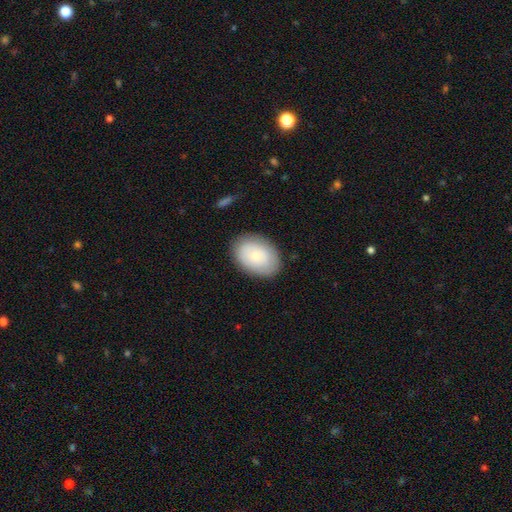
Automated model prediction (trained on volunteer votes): Q: Smooth or featured?
A: smooth (73%); runner-up: featured or disk (21%)
Q: How rounded?
A: in between (79%); runner-up: round (20%)
Q: Merging?
A: none (83%); runner-up: minor disturbance (12%)